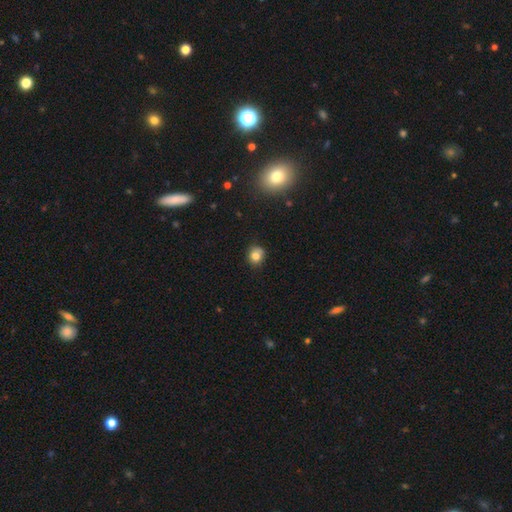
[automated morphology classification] A smooth galaxy with no disk features (79%) that is round (80%). Merging: none (72%).